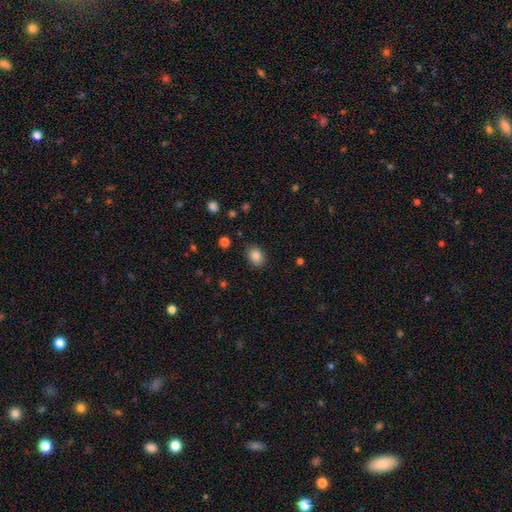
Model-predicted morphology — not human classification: A smooth galaxy with no disk features (85%) that is in between round and cigar-shaped (63%).

Vote fractions:
- Smooth or featured? smooth: 85% / star or artifact: 9% / featured or disk: 5%
- How rounded? in between: 63% / round: 36% / cigar-shaped: 1%
- Merging? none: 86% / minor disturbance: 10% / major disturbance: 3% / merger: 1%